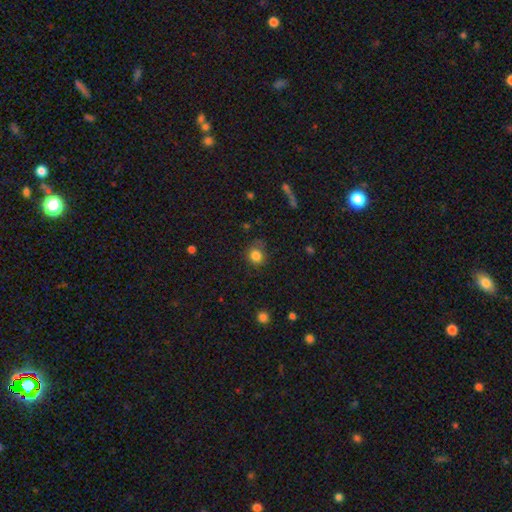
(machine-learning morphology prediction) A smooth galaxy with no disk features (83%) that is round (83%). Merging: none (71%).